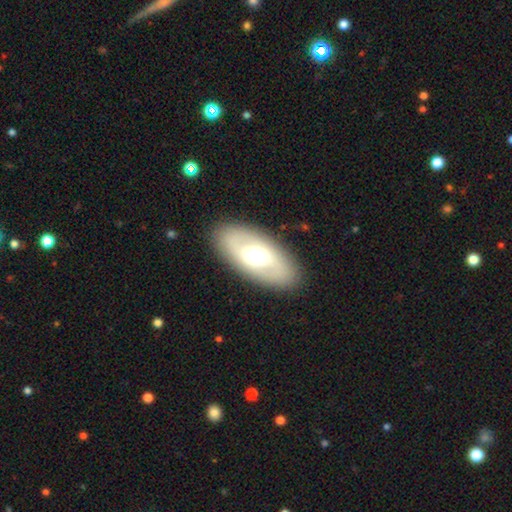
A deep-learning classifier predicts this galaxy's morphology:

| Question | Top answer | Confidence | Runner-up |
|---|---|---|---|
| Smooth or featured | featured or disk | 53% | smooth (40%) |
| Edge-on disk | no | 86% | yes (14%) |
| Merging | none | 87% | minor disturbance (9%) |